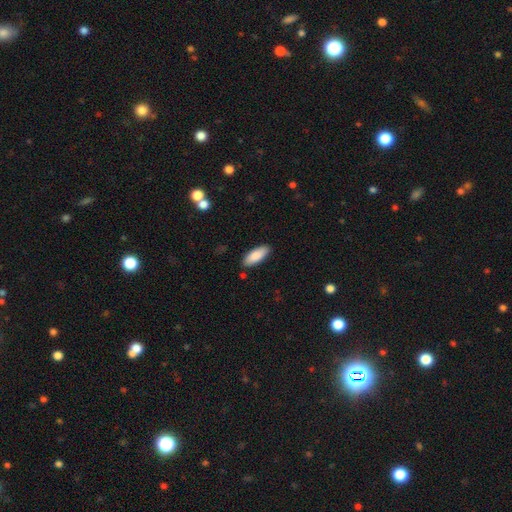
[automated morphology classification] The model was most divided on "how rounded": in between: 77%, cigar-shaped: 22%, round: 2%. More confident: merging — none (87%); smooth or featured — smooth (86%).